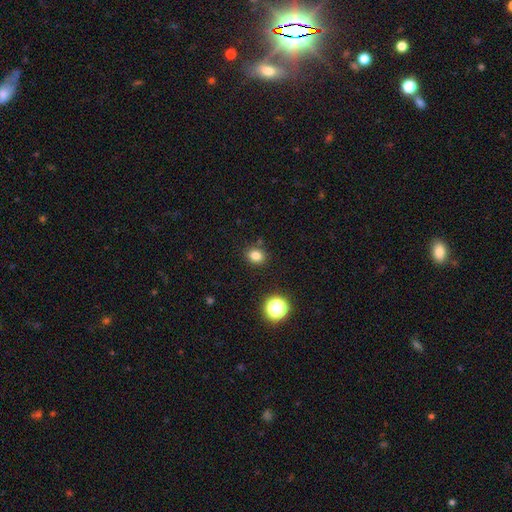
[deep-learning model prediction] The model was most divided on "how rounded": round: 59%, in between: 40%, cigar-shaped: 1%. More confident: merging — none (86%); smooth or featured — smooth (80%).